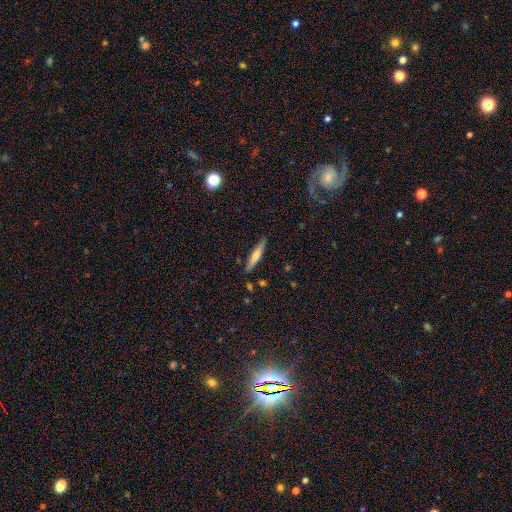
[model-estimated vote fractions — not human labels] This appears to be a smooth galaxy with no disk features (57%) that is cigar-shaped (90%). Merging: none (87%).